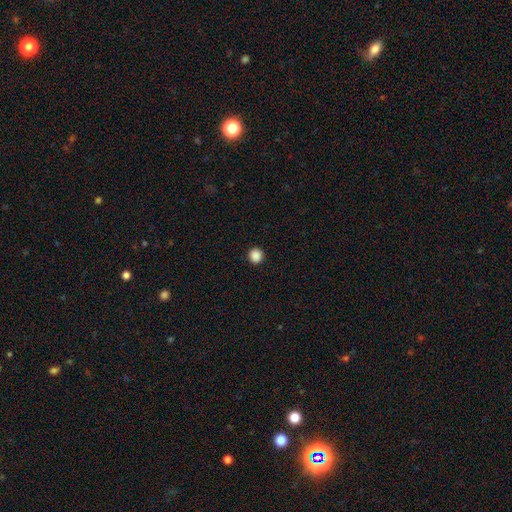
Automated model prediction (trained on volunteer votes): Overall: smooth (88%). How rounded: round (93%). Merging: none (93%).